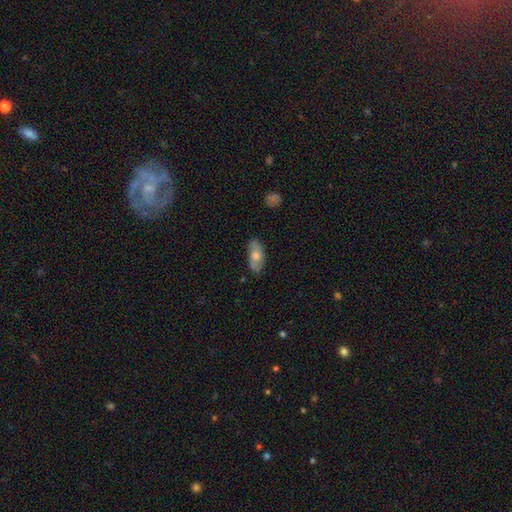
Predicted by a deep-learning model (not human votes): A smooth galaxy with no disk features (60%) that is in between round and cigar-shaped (86%).

Vote fractions:
- Smooth or featured? smooth: 60% / featured or disk: 33% / star or artifact: 7%
- How rounded? in between: 86% / cigar-shaped: 10% / round: 4%
- Merging? none: 80% / minor disturbance: 15% / major disturbance: 3% / merger: 1%